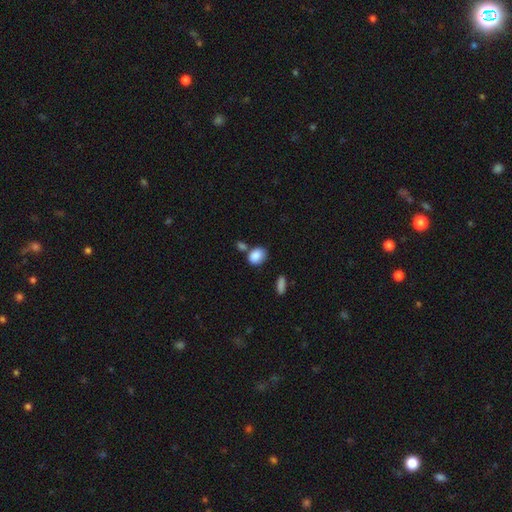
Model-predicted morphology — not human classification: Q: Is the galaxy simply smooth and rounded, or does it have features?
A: smooth — 87%.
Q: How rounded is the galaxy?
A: in between — 68%.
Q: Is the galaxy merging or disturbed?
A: none — 57%.